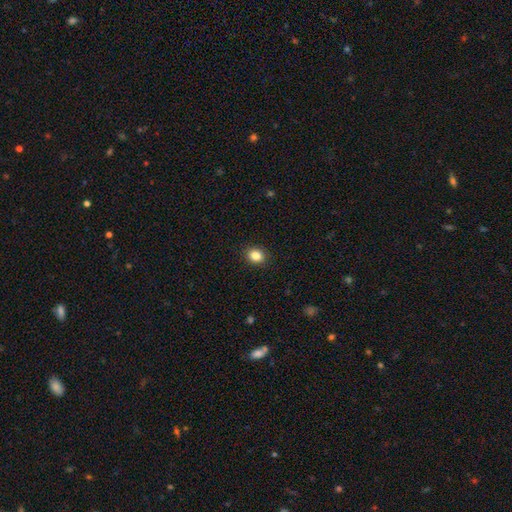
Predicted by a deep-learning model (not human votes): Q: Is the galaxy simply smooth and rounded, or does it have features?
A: smooth — 85%.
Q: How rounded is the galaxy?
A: round — 60%.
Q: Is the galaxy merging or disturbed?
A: none — 91%.